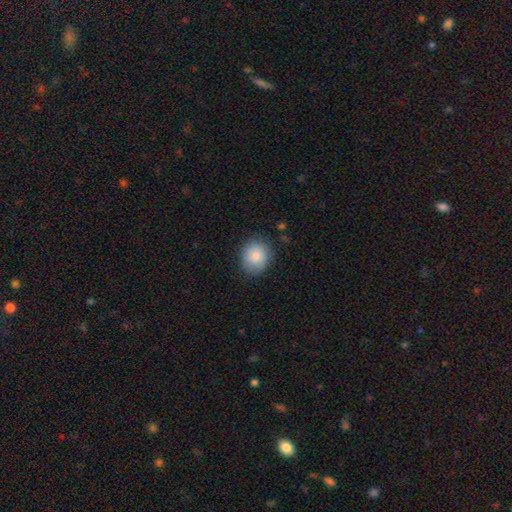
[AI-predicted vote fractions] The model was most divided on "how rounded": round: 68%, in between: 31%, cigar-shaped: 1%. More confident: smooth or featured — smooth (86%); merging — none (80%).